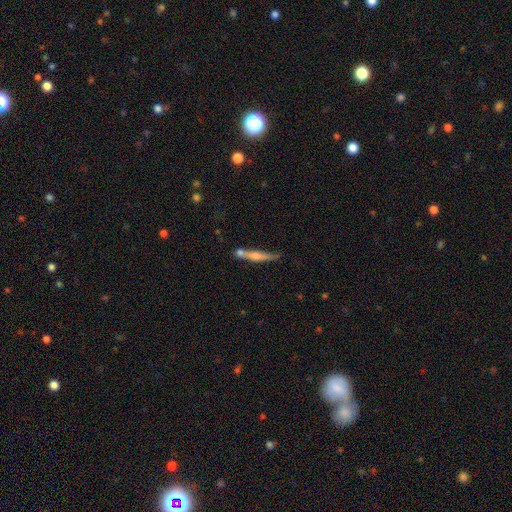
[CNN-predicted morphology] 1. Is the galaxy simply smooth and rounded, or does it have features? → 48% smooth, 46% featured or disk, 7% star or artifact.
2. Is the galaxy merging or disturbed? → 57% none, 21% merger, 16% minor disturbance, 5% major disturbance.